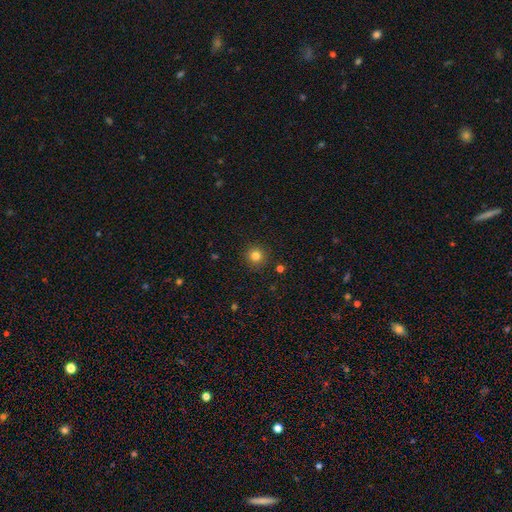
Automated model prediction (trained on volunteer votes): Morphology: type=smooth (82%); roundness=round (95%); merging=none (91%).